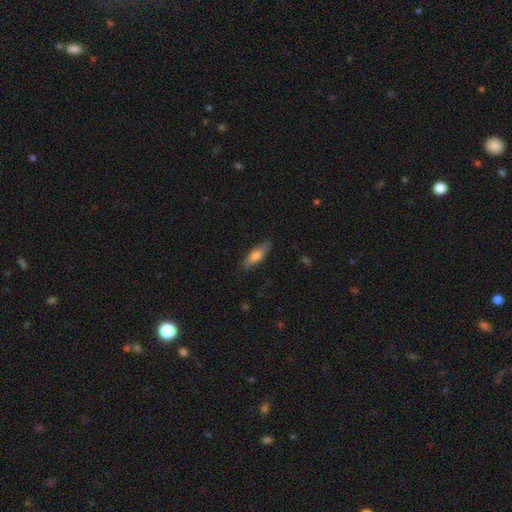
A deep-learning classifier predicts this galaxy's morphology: Smooth or featured? smooth (64%)
How rounded? in between (49%)
Merging? none (82%)